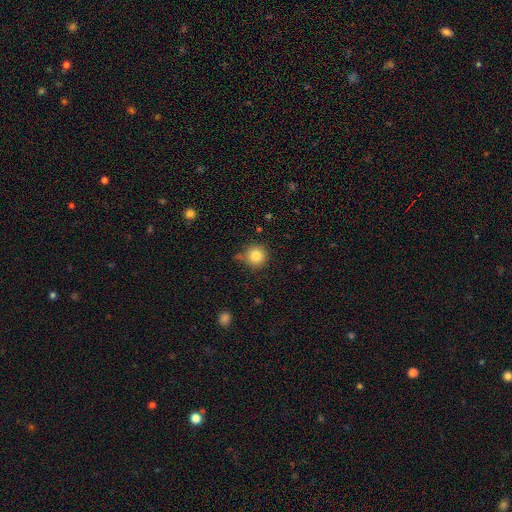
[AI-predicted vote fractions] This appears to be a smooth galaxy with no disk features (83%) that is round (94%). Merging: none (79%).